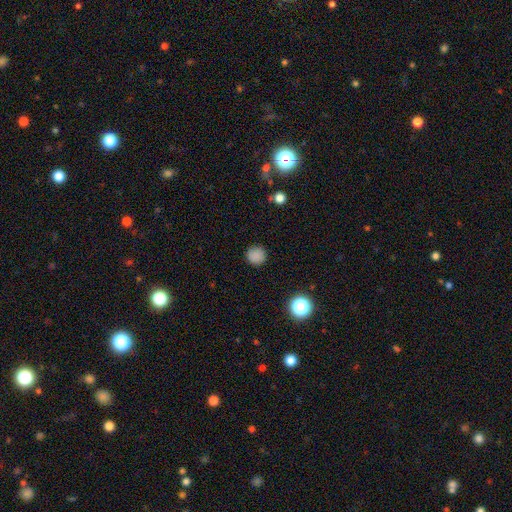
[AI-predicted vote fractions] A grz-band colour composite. It shows a smooth galaxy with no disk features (84%) that is round (94%). Merging: none (89%).